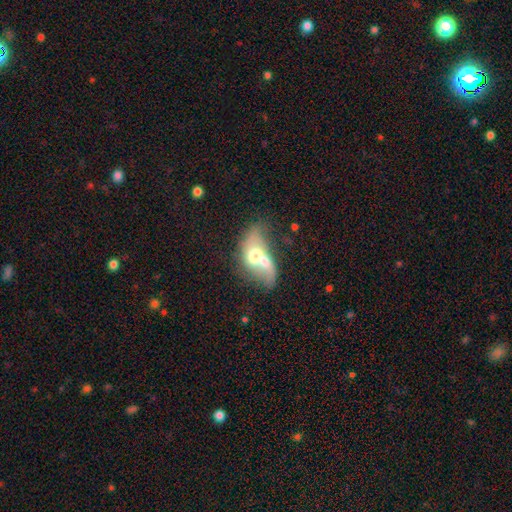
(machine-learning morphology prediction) Smooth or featured?
  - smooth: 48% *
  - featured or disk: 45%
  - star or artifact: 8%
Merging?
  - merger: 70% *
  - none: 12%
  - major disturbance: 10%
  - minor disturbance: 8%